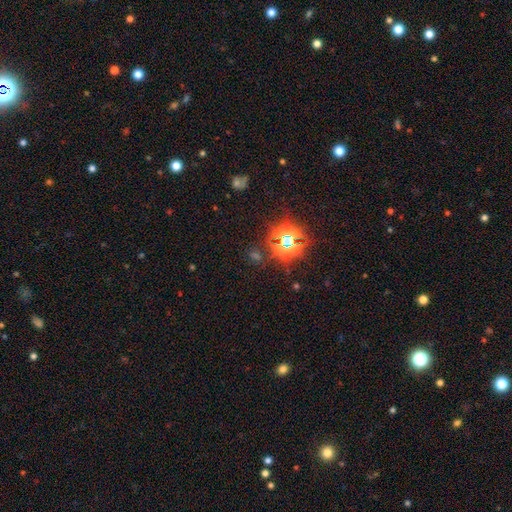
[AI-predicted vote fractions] smooth-or-featured: star or artifact: 75% | smooth: 17% | featured or disk: 8%